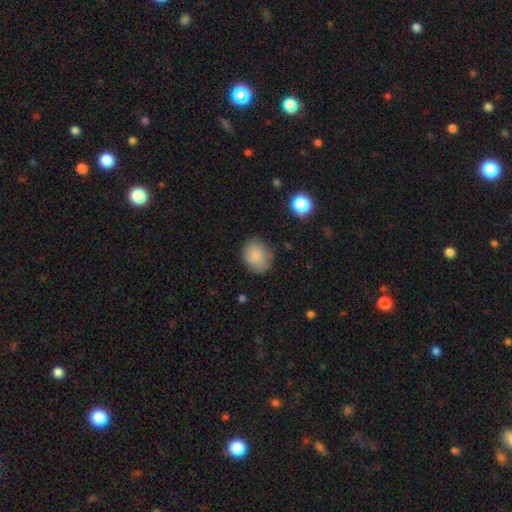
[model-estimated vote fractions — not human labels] This appears to be a smooth galaxy with no disk features (83%) that is round (56%). Merging: none (72%).